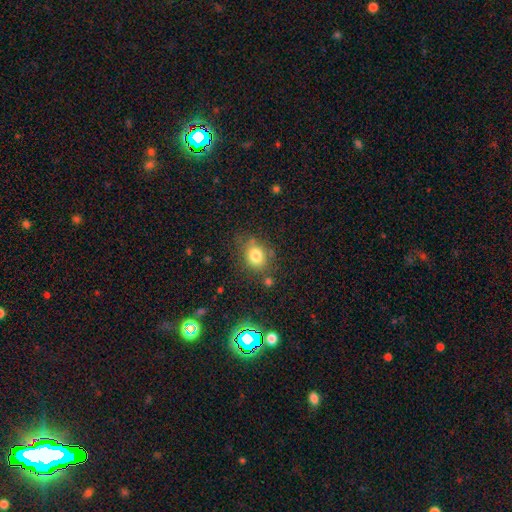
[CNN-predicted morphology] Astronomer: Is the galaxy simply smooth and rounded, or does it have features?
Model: smooth — 80%.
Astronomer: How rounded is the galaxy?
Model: round — 54% (runner-up: in between, 44%).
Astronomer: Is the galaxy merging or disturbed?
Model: none — 69%.